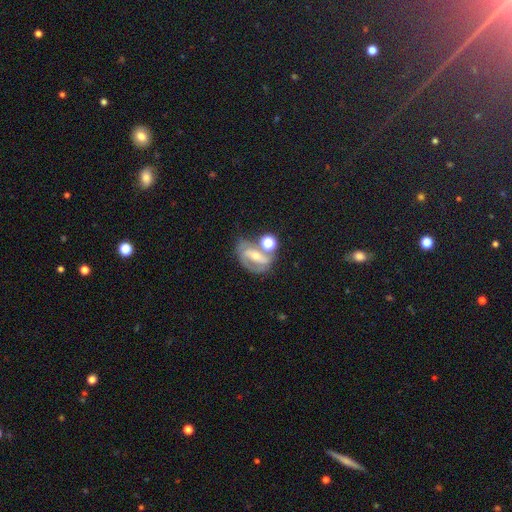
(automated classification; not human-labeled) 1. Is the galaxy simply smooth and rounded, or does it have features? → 65% featured or disk, 22% smooth, 13% star or artifact.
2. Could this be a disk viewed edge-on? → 94% no, 6% yes.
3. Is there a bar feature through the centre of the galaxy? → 45% strong, 31% weak, 24% no.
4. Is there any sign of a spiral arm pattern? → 72% yes, 28% no.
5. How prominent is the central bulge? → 54% moderate, 38% small, 4% large, 2% none, 2% dominant.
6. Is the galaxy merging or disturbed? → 49% none, 22% merger, 18% minor disturbance, 12% major disturbance.